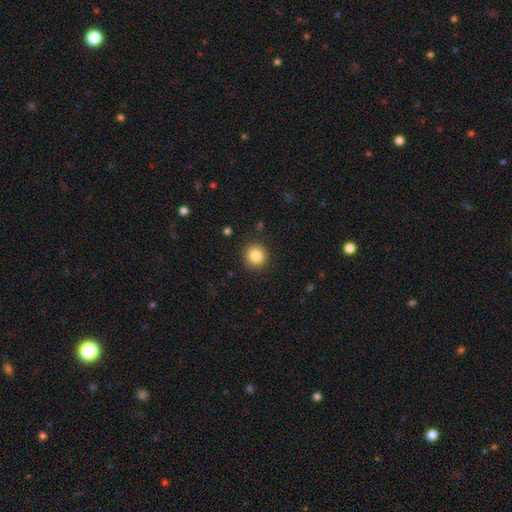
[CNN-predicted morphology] This appears to be a smooth galaxy with no disk features (84%) that is round (90%). Merging: none (88%).